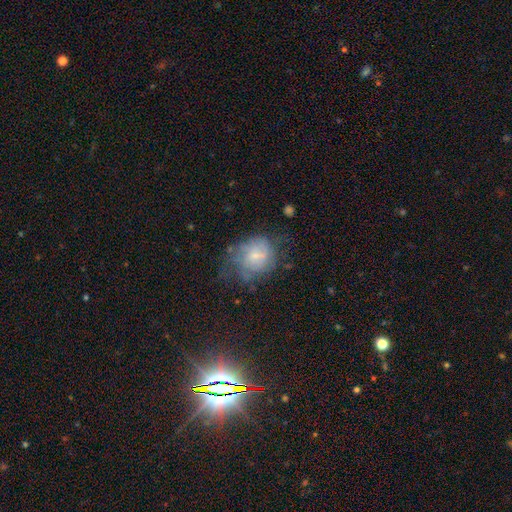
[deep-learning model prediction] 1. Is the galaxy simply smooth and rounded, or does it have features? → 45% smooth, 44% featured or disk, 11% star or artifact.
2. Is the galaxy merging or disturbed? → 40% none, 29% minor disturbance, 28% major disturbance, 4% merger.